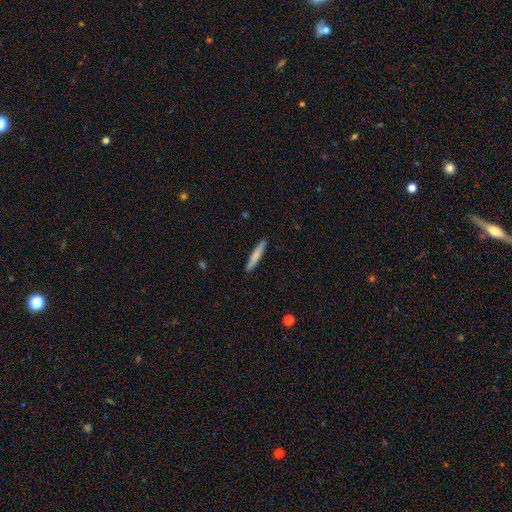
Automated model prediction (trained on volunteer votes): Morphology: type=smooth (74%); roundness=cigar-shaped (94%); merging=none (88%).